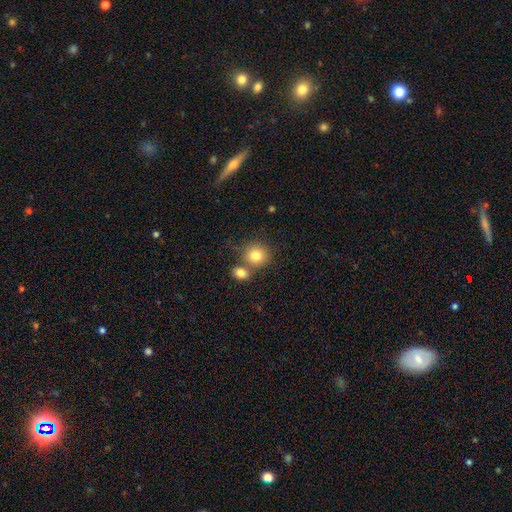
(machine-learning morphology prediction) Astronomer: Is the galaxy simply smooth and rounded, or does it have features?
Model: smooth — 80%.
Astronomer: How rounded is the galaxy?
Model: round — 87%.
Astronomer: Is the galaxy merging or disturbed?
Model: none — 59%.